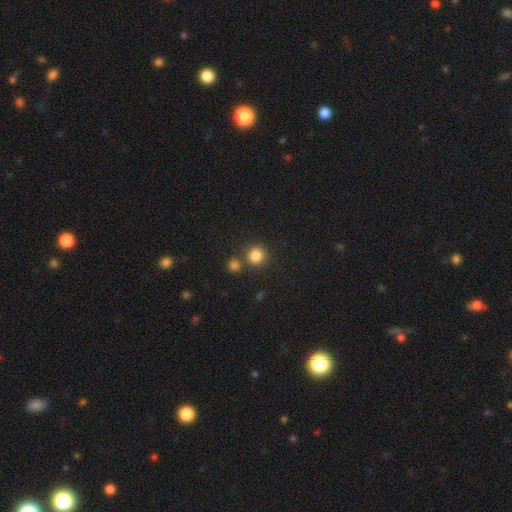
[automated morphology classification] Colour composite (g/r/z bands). It shows a smooth galaxy with no disk features (84%) that is round (89%). Merging: none (74%).